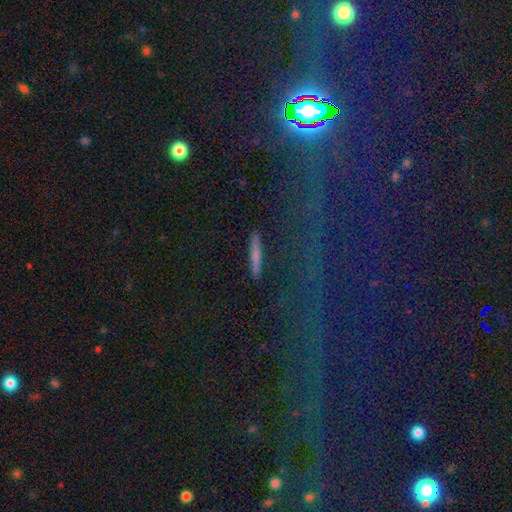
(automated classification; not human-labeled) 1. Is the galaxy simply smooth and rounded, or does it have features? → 59% smooth, 28% featured or disk, 13% star or artifact.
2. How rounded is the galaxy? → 90% cigar-shaped, 6% in between, 4% round.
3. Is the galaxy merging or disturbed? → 87% none, 8% minor disturbance, 2% major disturbance, 2% merger.